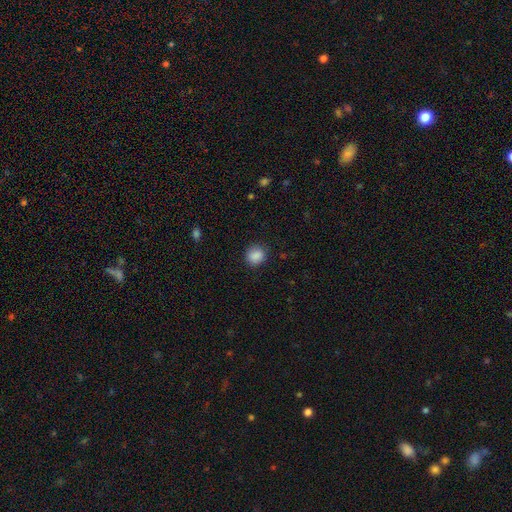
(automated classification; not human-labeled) Morphology: type=smooth (88%); roundness=round (76%); merging=none (87%).